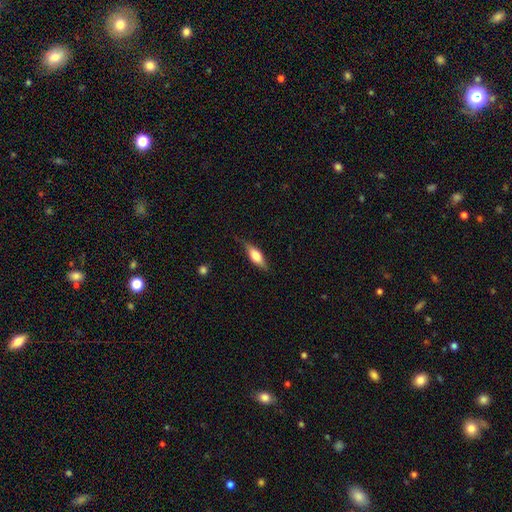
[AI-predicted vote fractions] Q: Smooth or featured?
A: smooth (52%); runner-up: featured or disk (42%)
Q: How rounded?
A: in between (55%); runner-up: cigar-shaped (41%)
Q: Merging?
A: none (76%); runner-up: minor disturbance (19%)